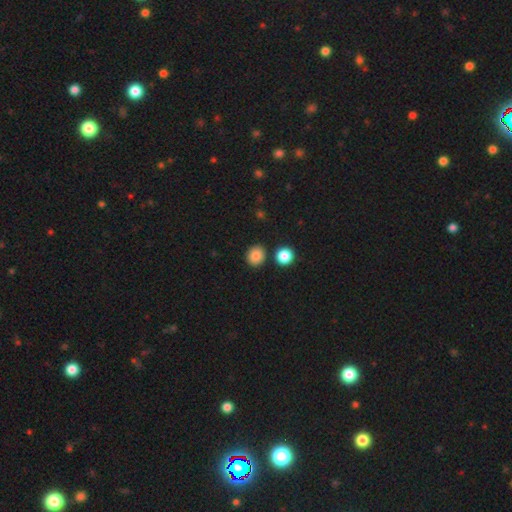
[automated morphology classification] The model was most divided on "how rounded": round: 80%, in between: 19%, cigar-shaped: 1%. More confident: smooth or featured — smooth (85%); merging — none (85%).